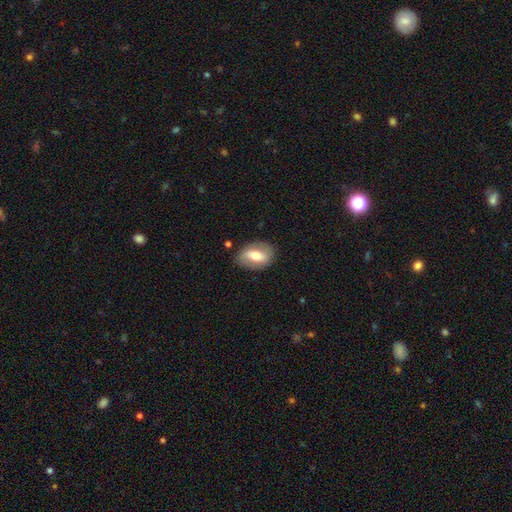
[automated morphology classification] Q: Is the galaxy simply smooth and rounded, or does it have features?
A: featured or disk — 47%.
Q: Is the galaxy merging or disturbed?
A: none — 81%.